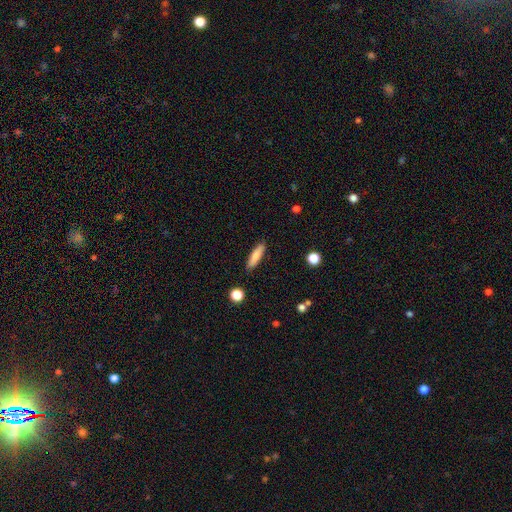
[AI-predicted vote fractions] Smooth or featured: smooth — 81% (featured or disk — 13%)
How rounded: cigar-shaped — 75% (in between — 23%)
Merging: none — 89% (minor disturbance — 8%)